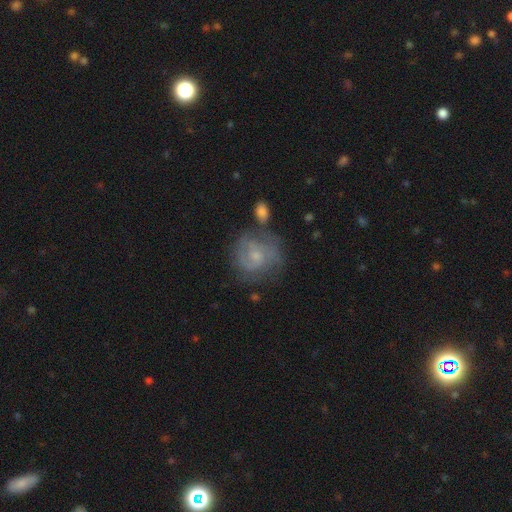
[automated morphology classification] Smooth or featured: featured or disk — 68% (smooth — 25%)
Edge-on disk: no — 98% (yes — 2%)
Bar: no — 64% (weak — 32%)
Spiral arms: yes — 86% (no — 14%)
Spiral winding: tight — 46% (medium — 40%)
Spiral arm count: 2 — 44% (can't tell — 31%)
Bulge size: small — 62% (moderate — 28%)
Merging: none — 59% (minor disturbance — 21%)